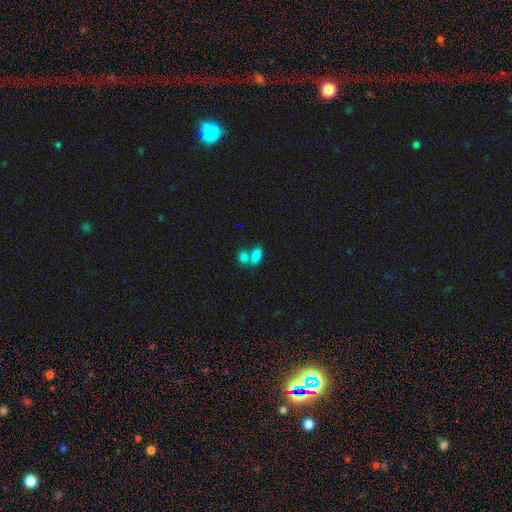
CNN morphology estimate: This appears to be a smooth galaxy with no disk features (82%) that is in between round and cigar-shaped (87%). Merging: merger (55%).